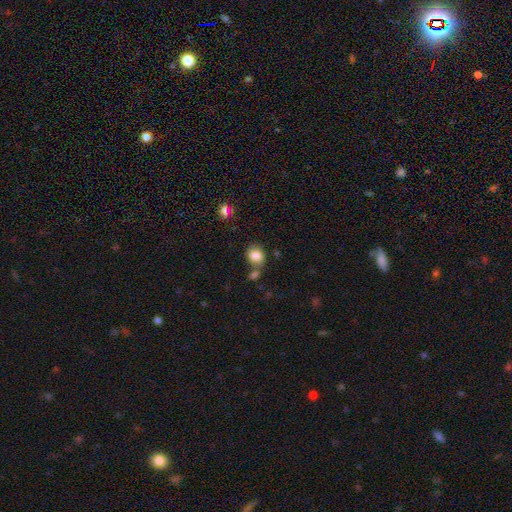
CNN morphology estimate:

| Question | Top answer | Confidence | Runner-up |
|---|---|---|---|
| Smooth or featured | smooth | 84% | star or artifact (9%) |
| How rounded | round | 57% | in between (41%) |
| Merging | none | 56% | merger (22%) |